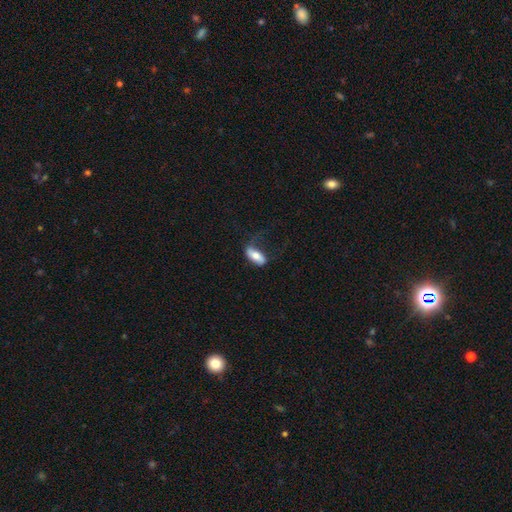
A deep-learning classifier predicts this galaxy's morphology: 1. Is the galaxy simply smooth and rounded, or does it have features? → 65% smooth, 29% featured or disk, 6% star or artifact.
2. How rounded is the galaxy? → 78% in between, 19% cigar-shaped, 3% round.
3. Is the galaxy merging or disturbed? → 44% none, 31% minor disturbance, 23% major disturbance, 3% merger.